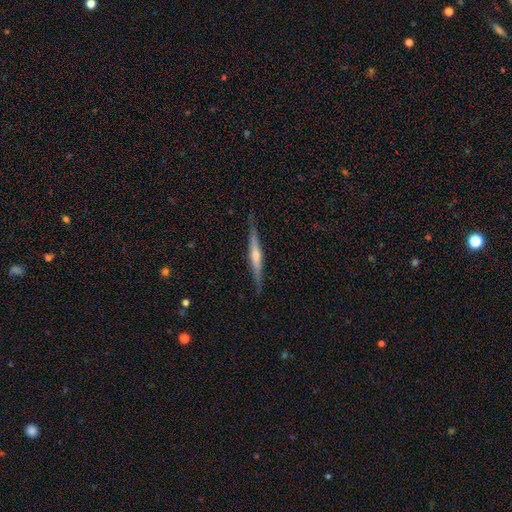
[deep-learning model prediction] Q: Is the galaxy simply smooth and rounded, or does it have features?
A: featured or disk — 73%.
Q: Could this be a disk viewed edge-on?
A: yes — 97%.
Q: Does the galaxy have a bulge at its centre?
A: rounded — 74%.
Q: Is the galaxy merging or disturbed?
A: none — 87%.